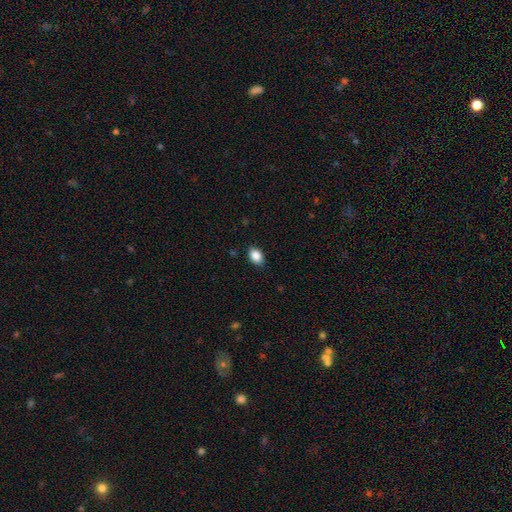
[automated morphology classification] A smooth galaxy with no disk features (87%) that is in between round and cigar-shaped (82%).

Vote fractions:
- Smooth or featured? smooth: 87% / star or artifact: 8% / featured or disk: 4%
- How rounded? in between: 82% / round: 17% / cigar-shaped: 1%
- Merging? none: 85% / minor disturbance: 12% / major disturbance: 2% / merger: 1%